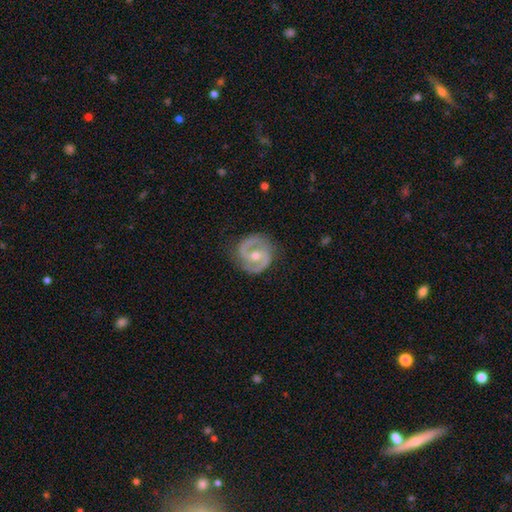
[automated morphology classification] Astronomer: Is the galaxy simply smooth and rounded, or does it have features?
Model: featured or disk — 89%.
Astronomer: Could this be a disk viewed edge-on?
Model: no — 98%.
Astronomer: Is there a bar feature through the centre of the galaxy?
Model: weak — 43% (runner-up: no, 36%).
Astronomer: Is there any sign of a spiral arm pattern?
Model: yes — 96%.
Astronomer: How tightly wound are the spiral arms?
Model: medium — 52% (runner-up: tight, 37%).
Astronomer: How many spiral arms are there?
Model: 2 — 93%.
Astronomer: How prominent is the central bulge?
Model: moderate — 60% (runner-up: small, 37%).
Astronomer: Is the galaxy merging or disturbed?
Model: none — 85%.